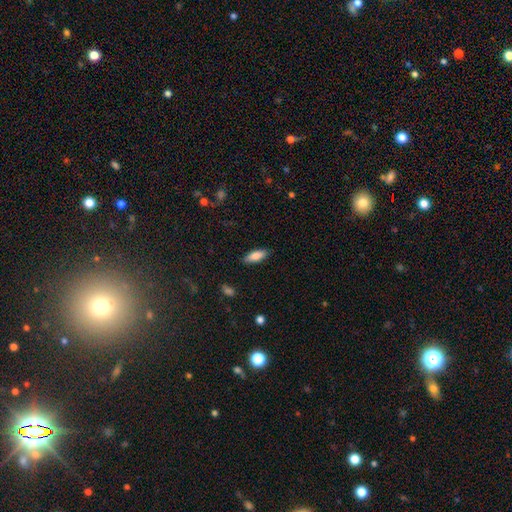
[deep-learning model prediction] Morphology: type=smooth (80%); roundness=in between (71%); merging=none (87%).